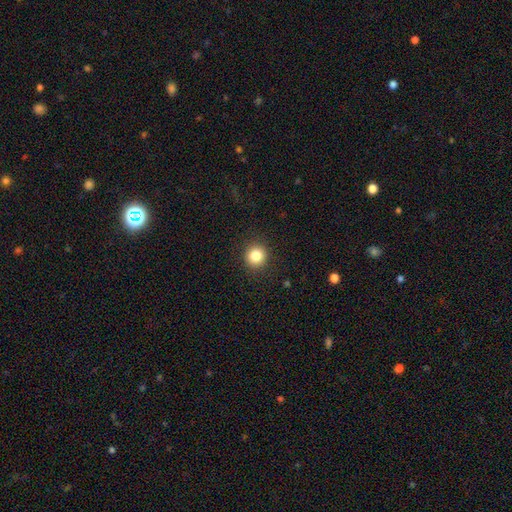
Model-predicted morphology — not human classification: type=smooth (84%); roundness=round (92%); merging=none (91%).